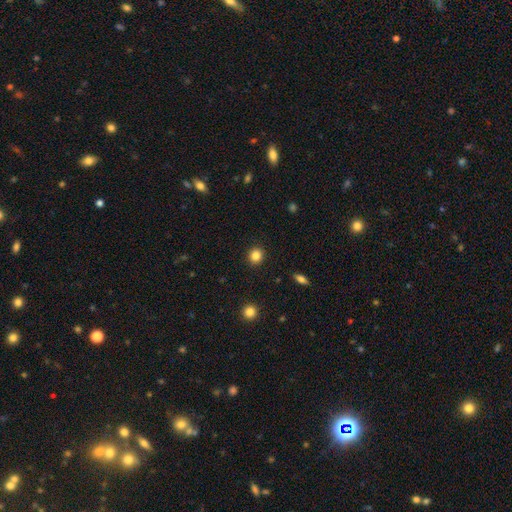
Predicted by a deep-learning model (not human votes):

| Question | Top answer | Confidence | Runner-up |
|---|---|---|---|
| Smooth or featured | smooth | 84% | star or artifact (11%) |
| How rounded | round | 89% | in between (10%) |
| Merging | none | 92% | minor disturbance (5%) |